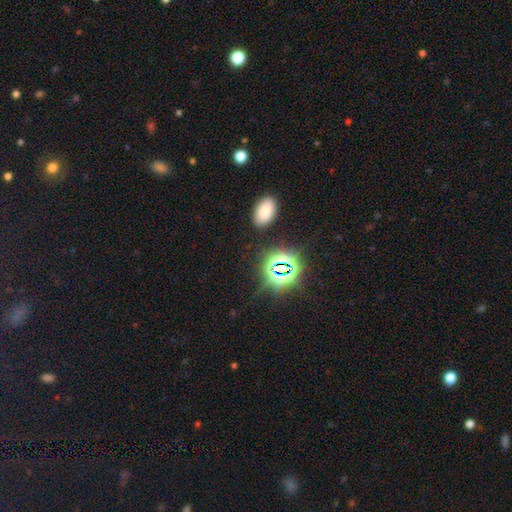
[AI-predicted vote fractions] star or artifact 74%, smooth 19%, featured or disk 8%.